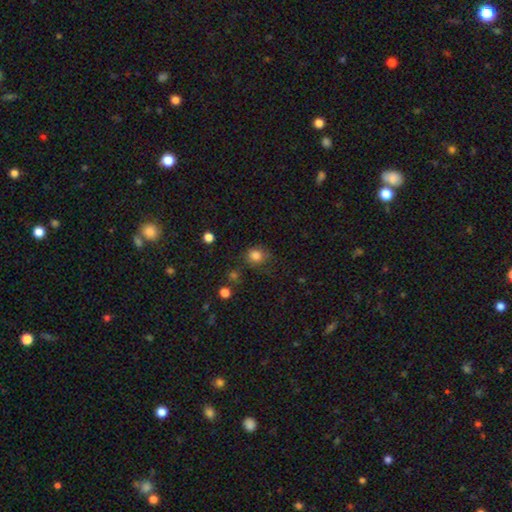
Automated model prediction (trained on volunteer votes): This appears to be a smooth galaxy with no disk features (82%) that is round (76%). Merging: none (68%).